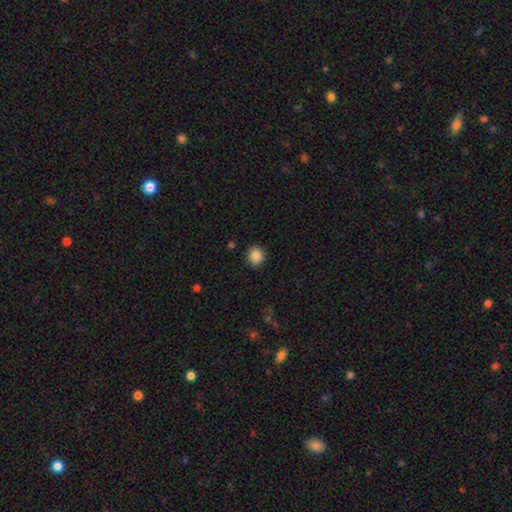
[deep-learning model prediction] Morphology: type=smooth (86%); roundness=round (79%); merging=none (90%).